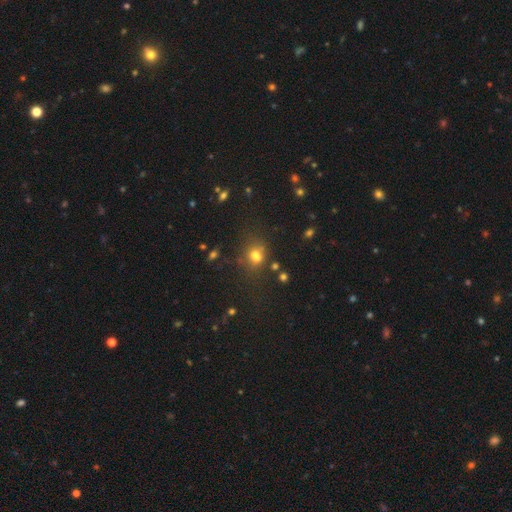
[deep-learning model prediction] Smooth or featured?
  - smooth: 70% *
  - star or artifact: 19%
  - featured or disk: 11%
How rounded?
  - round: 53% *
  - in between: 45%
  - cigar-shaped: 2%
Merging?
  - none: 59% *
  - minor disturbance: 17%
  - merger: 14%
  - major disturbance: 9%